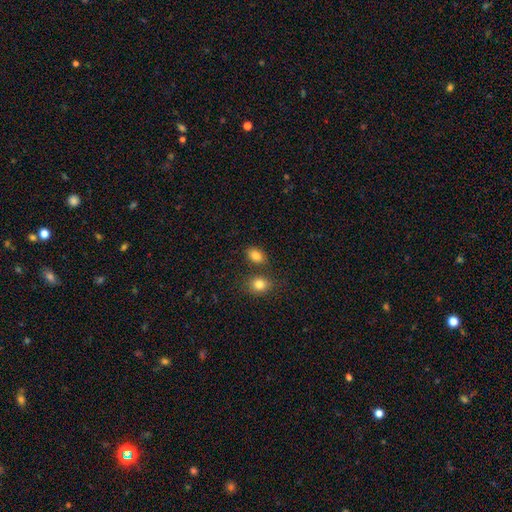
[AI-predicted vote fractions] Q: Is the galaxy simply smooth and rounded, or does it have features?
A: smooth — 84%.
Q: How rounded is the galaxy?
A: in between — 80%.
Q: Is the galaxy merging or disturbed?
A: none — 68%.